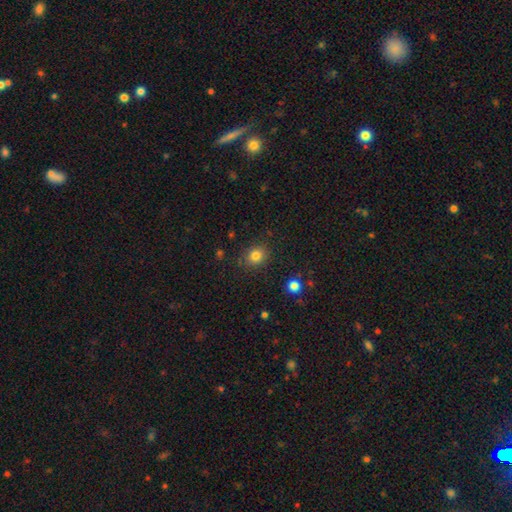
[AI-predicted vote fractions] Smooth or featured?
  - smooth: 81% *
  - star or artifact: 12%
  - featured or disk: 6%
How rounded?
  - round: 67% *
  - in between: 32%
  - cigar-shaped: 1%
Merging?
  - none: 86% *
  - minor disturbance: 9%
  - major disturbance: 3%
  - merger: 2%